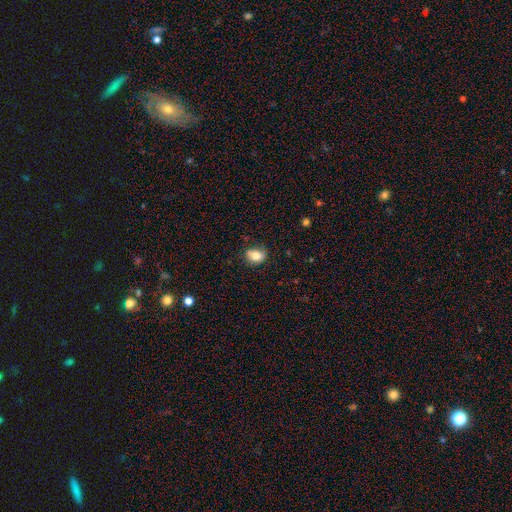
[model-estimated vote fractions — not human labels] Morphology: type=smooth (80%); roundness=in between (63%); merging=none (63%).